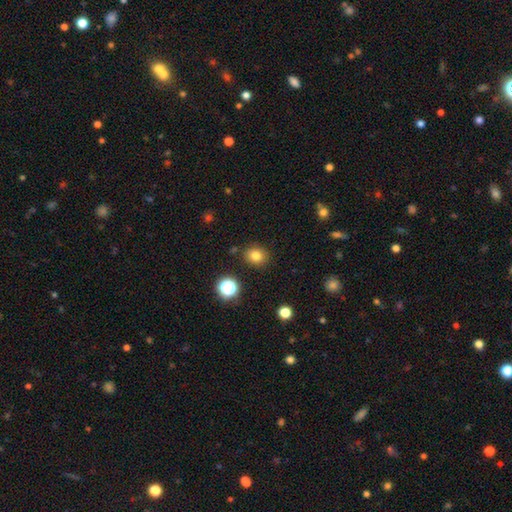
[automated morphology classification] The model was most divided on "how rounded": round: 74%, in between: 25%, cigar-shaped: 1%. More confident: merging — none (86%); smooth or featured — smooth (79%).